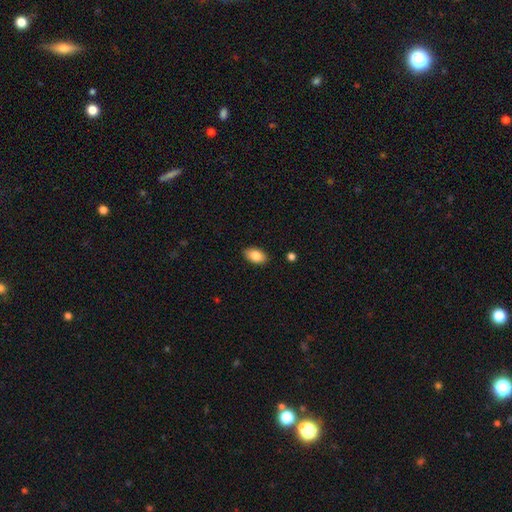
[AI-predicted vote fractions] A smooth galaxy with no disk features (85%) that is in between round and cigar-shaped (93%). Merging: none (88%).